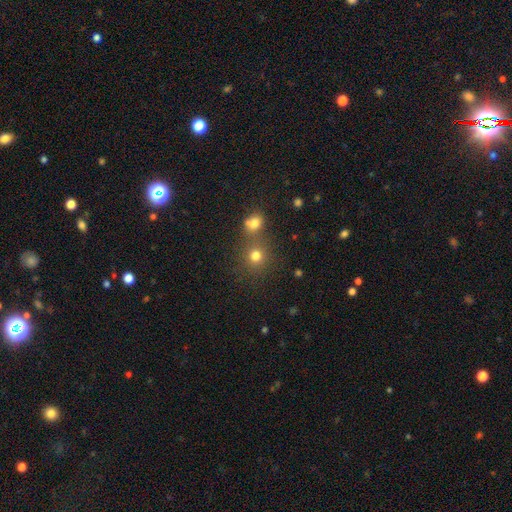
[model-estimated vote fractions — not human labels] smooth_or_featured: smooth (p=0.76) [alt: star or artifact p=0.17]
how_rounded: round (p=0.88) [alt: in between p=0.11]
merging: none (p=0.64) [alt: merger p=0.26]